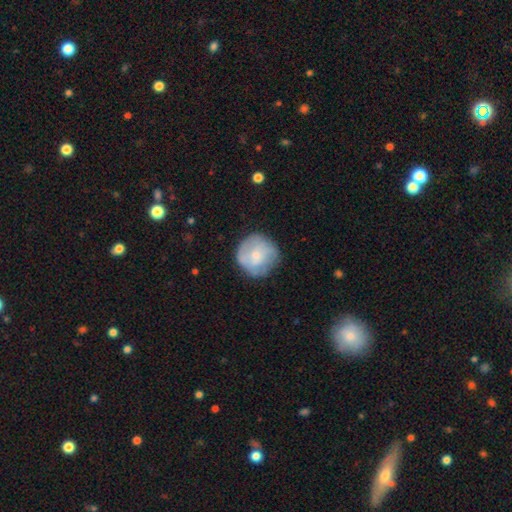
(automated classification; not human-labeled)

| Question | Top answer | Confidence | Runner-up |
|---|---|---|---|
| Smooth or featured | smooth | 55% | featured or disk (38%) |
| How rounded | round | 93% | in between (6%) |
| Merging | none | 72% | minor disturbance (19%) |